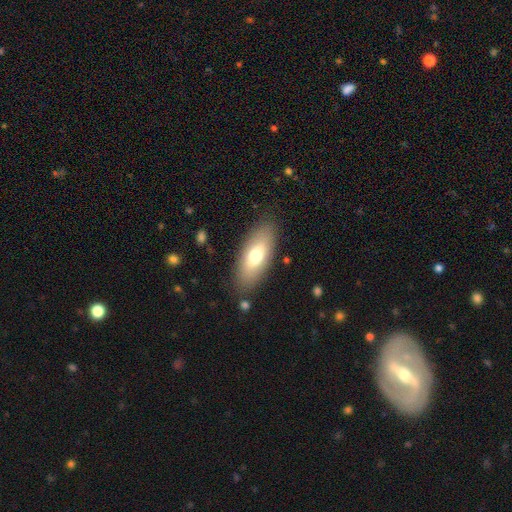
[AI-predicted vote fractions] Smooth or featured? smooth (69%)
How rounded? in between (82%)
Merging? none (84%)